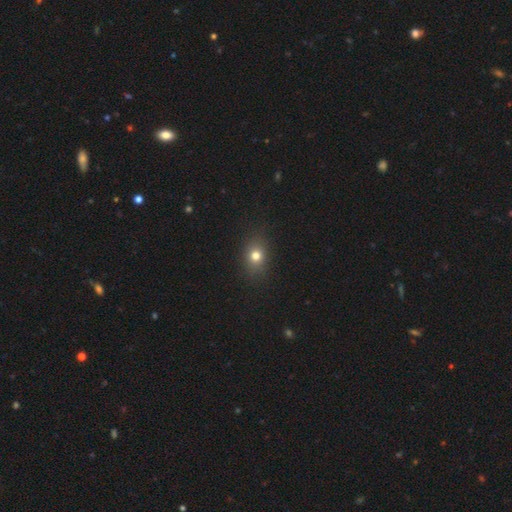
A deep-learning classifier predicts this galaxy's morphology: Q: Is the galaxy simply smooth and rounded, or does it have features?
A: smooth — 75%.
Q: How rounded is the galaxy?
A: round — 50%.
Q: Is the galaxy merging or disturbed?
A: none — 87%.